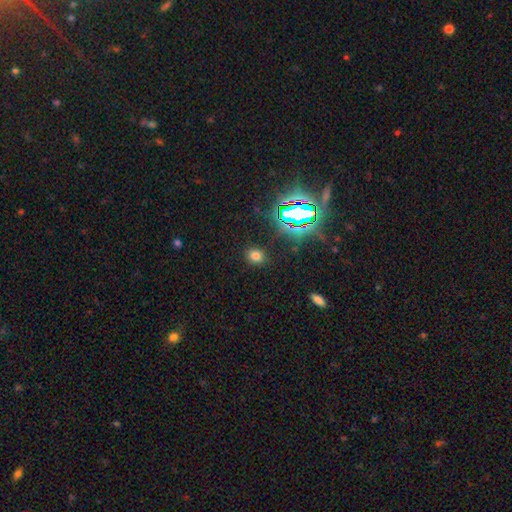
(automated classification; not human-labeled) smooth 68%, star or artifact 26%, featured or disk 7%. Down the decision tree: how rounded — round (71%); merging — none (87%).